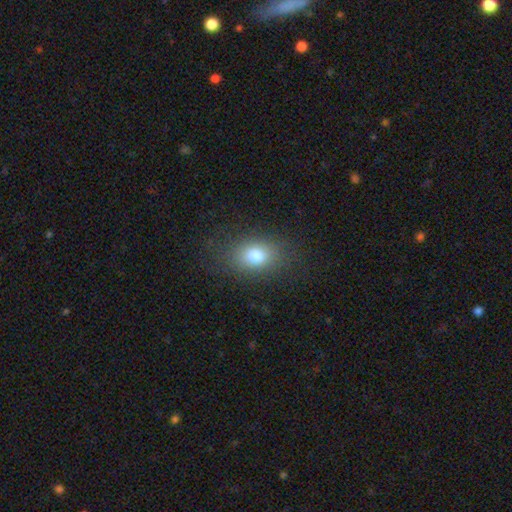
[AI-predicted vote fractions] The model was most divided on "how rounded": in between: 73%, round: 26%, cigar-shaped: 2%. More confident: merging — none (82%); smooth or featured — smooth (79%).